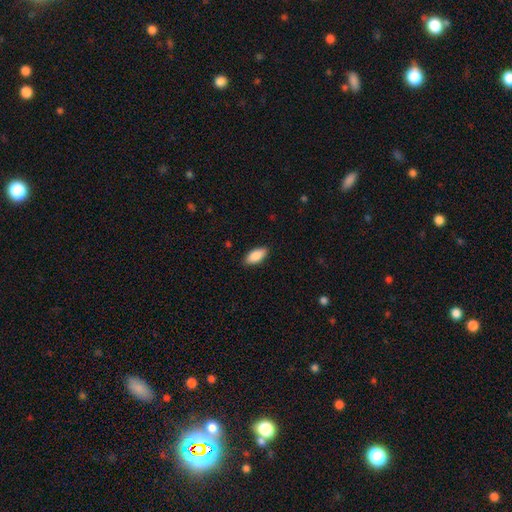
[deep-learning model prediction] smooth-or-featured: smooth: 89% | star or artifact: 6% | featured or disk: 5%
  how-rounded: in between: 89% | cigar-shaped: 9% | round: 2%
  merging: none: 87% | minor disturbance: 10% | major disturbance: 2% | merger: 1%